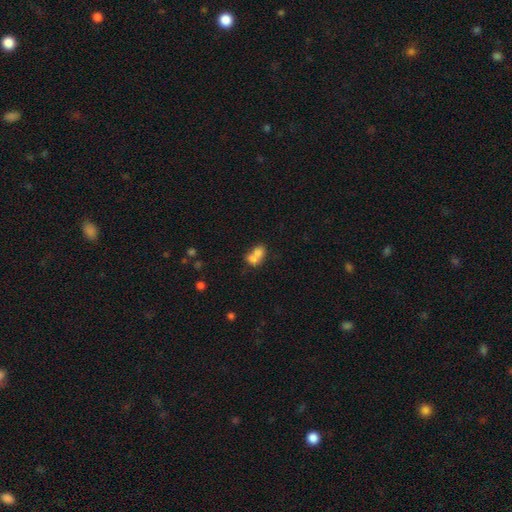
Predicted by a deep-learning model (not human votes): Morphology: type=smooth (71%); roundness=in between (57%); merging=merger (71%).